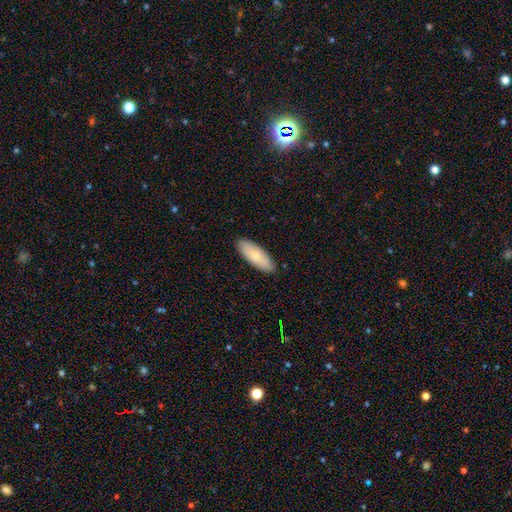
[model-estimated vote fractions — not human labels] This is likely a smooth galaxy (75%). How rounded: likely in between (70%). Merging: clearly none (89%).